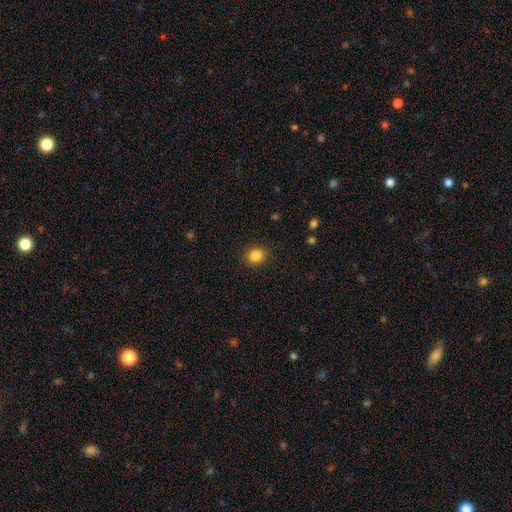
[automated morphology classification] This is clearly a smooth galaxy (85%). How rounded: clearly round (80%). Merging: clearly none (90%).